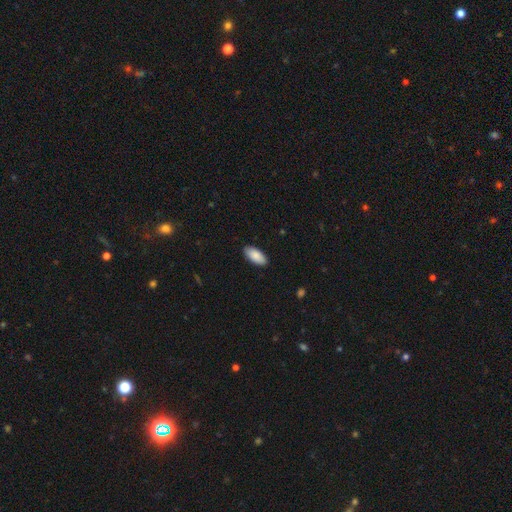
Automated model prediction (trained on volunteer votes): smooth-or-featured: smooth: 89% | star or artifact: 6% | featured or disk: 5%
  how-rounded: in between: 91% | cigar-shaped: 7% | round: 2%
  merging: none: 89% | minor disturbance: 9% | major disturbance: 2% | merger: 1%